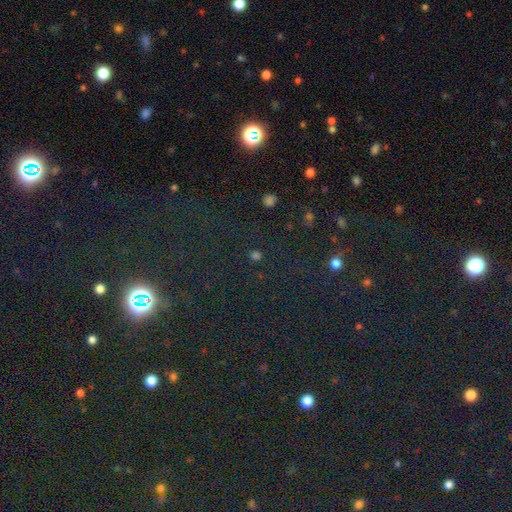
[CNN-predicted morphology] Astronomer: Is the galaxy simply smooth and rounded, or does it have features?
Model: star or artifact — 59%.